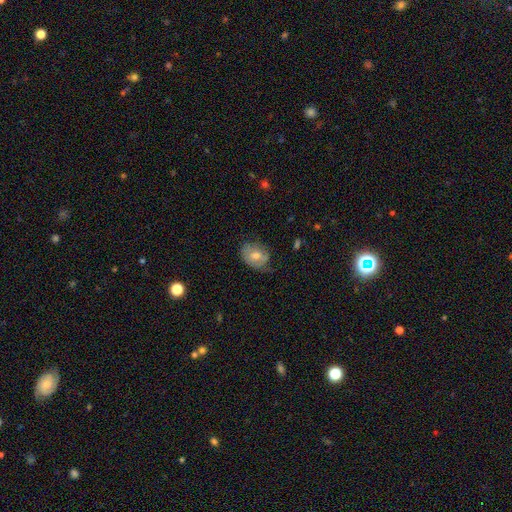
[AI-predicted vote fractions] A smooth galaxy with no disk features (52%) that is in between round and cigar-shaped (63%).

Vote fractions:
- Smooth or featured? smooth: 52% / featured or disk: 37% / star or artifact: 11%
- How rounded? in between: 63% / round: 36% / cigar-shaped: 1%
- Merging? none: 62% / minor disturbance: 28% / major disturbance: 9% / merger: 1%